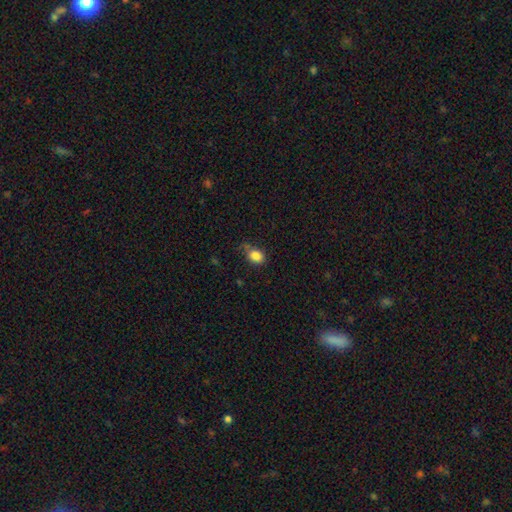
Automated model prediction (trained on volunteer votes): A smooth galaxy with no disk features (85%) that is in between round and cigar-shaped (61%). Merging: none (68%).